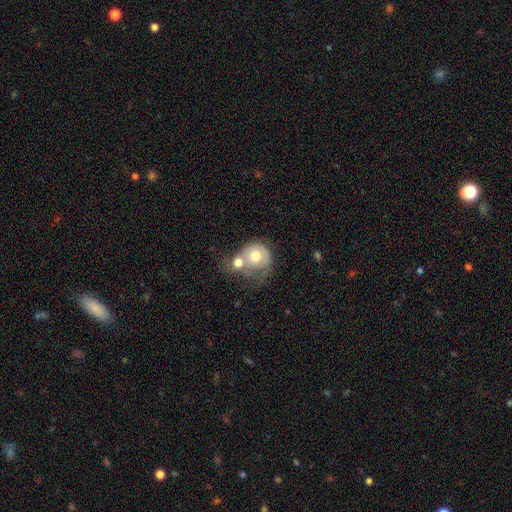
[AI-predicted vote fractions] A smooth galaxy with no disk features (55%) that is round (77%).

Vote fractions:
- Smooth or featured? smooth: 55% / featured or disk: 39% / star or artifact: 7%
- How rounded? round: 77% / in between: 22% / cigar-shaped: 1%
- Merging? merger: 59% / none: 19% / major disturbance: 12% / minor disturbance: 11%